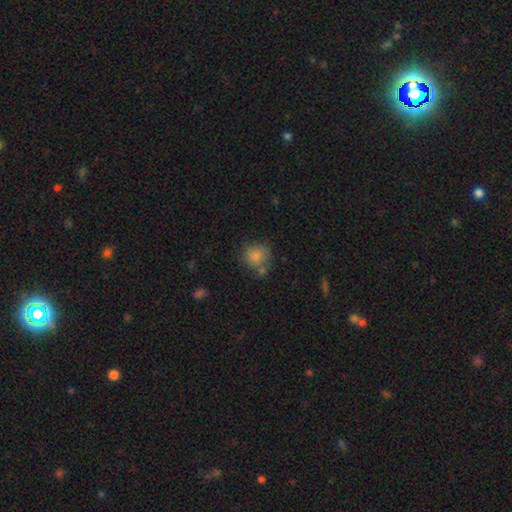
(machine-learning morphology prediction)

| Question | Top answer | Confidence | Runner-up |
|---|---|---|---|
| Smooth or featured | smooth | 82% | star or artifact (10%) |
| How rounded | round | 83% | in between (16%) |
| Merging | none | 60% | merger (18%) |